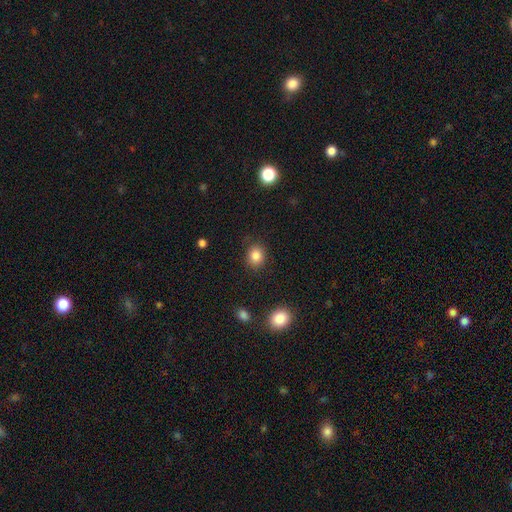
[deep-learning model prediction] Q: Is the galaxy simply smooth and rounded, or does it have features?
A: smooth — 85%.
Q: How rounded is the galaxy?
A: round — 66%.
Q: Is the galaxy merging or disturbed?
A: none — 85%.